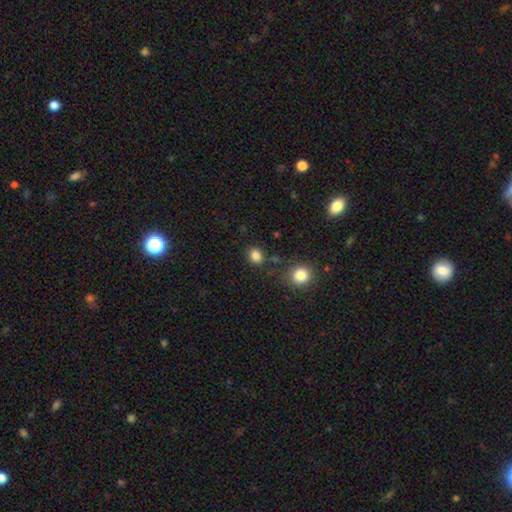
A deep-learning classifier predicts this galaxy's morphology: type=smooth (84%); roundness=round (63%); merging=none (82%).